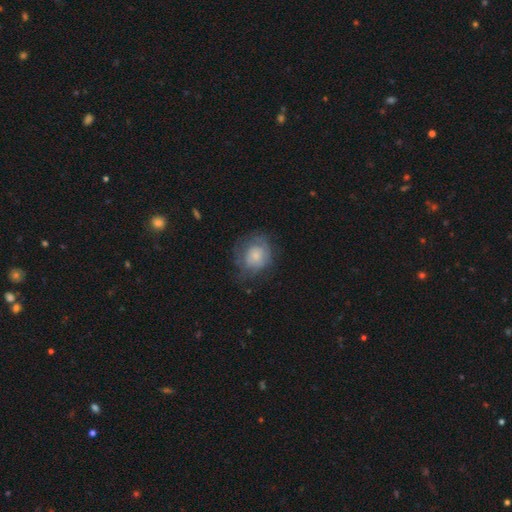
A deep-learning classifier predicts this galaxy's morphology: smooth-or-featured: smooth: 57% | featured or disk: 35% | star or artifact: 9%
  how-rounded: round: 76% | in between: 23% | cigar-shaped: 1%
  merging: none: 57% | minor disturbance: 25% | major disturbance: 17% | merger: 2%